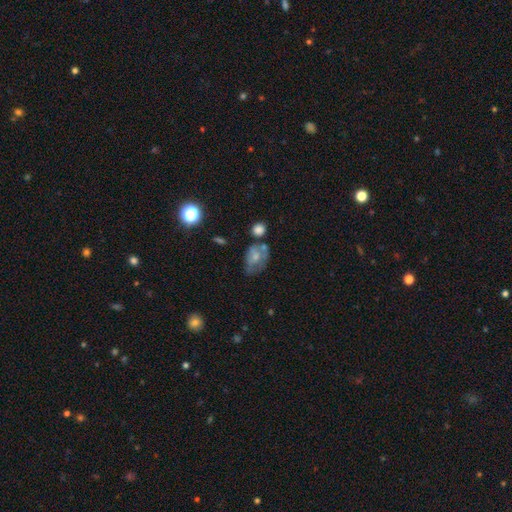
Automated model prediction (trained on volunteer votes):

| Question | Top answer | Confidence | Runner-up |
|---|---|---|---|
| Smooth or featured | smooth | 55% | featured or disk (35%) |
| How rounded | in between | 71% | round (28%) |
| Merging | none | 31% | minor disturbance (30%) |